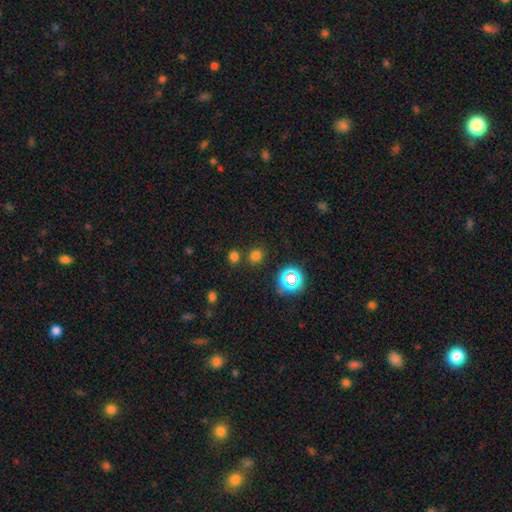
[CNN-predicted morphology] type=smooth (68%); roundness=round (82%); merging=none (76%).